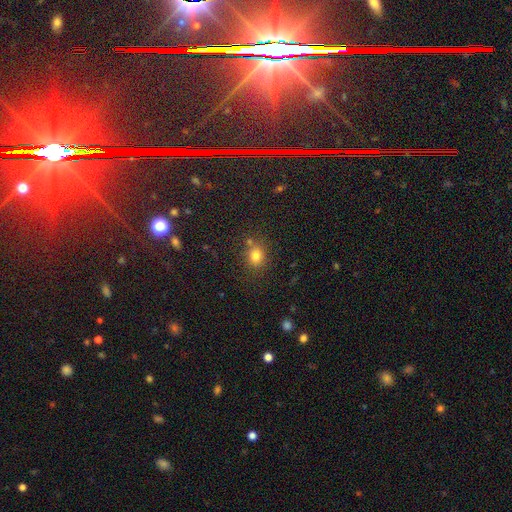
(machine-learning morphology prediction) The model was most divided on "how rounded": round: 67%, in between: 32%, cigar-shaped: 1%. More confident: smooth or featured — smooth (78%); merging — none (72%).